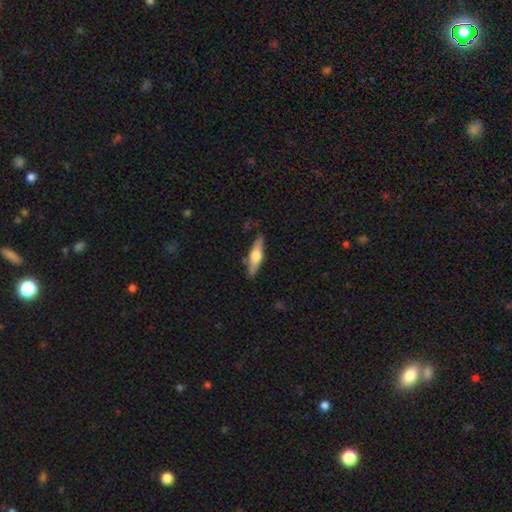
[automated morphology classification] A featured or disk galaxy (54%) viewed edge-on (92%) with a rounded central bulge (93%). Merging: none (83%).